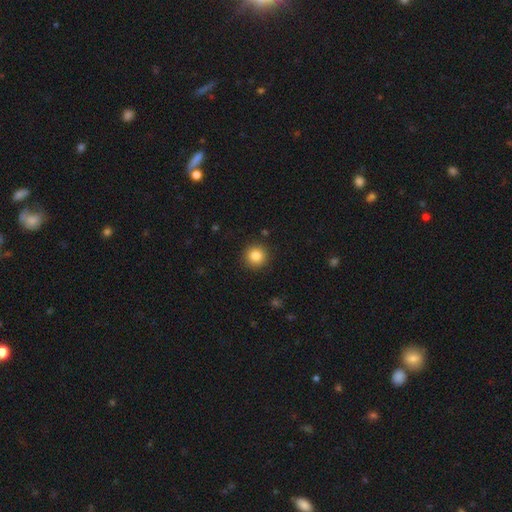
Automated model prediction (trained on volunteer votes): smooth_or_featured: smooth (p=0.85) [alt: star or artifact p=0.10]
how_rounded: round (p=0.95) [alt: in between p=0.04]
merging: none (p=0.91) [alt: minor disturbance p=0.06]